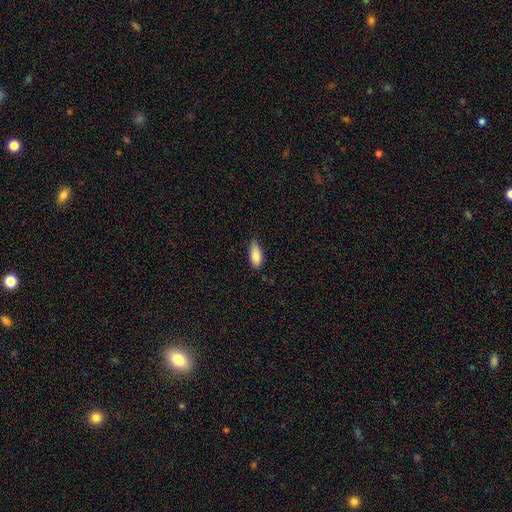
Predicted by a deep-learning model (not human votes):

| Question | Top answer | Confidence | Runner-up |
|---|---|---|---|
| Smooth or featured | smooth | 86% | featured or disk (7%) |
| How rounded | in between | 84% | cigar-shaped (14%) |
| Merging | none | 68% | minor disturbance (27%) |